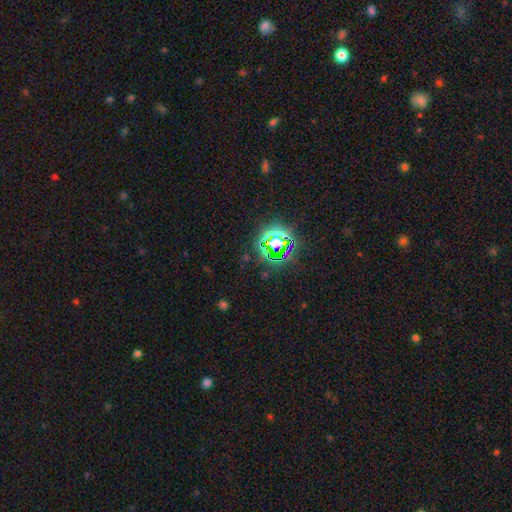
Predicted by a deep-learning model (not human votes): star or artifact 79%, smooth 14%, featured or disk 7%.